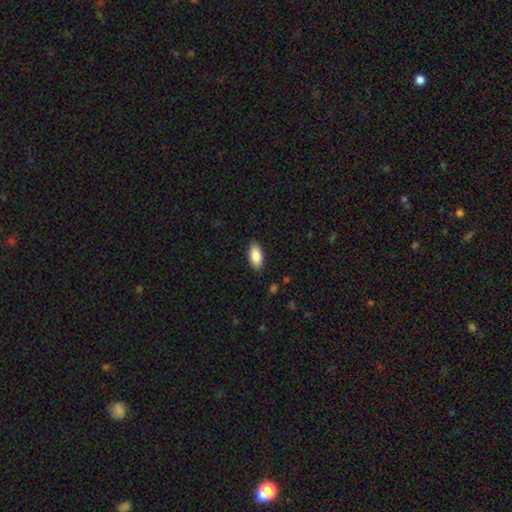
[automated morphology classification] type=smooth (88%); roundness=in between (92%); merging=none (87%).